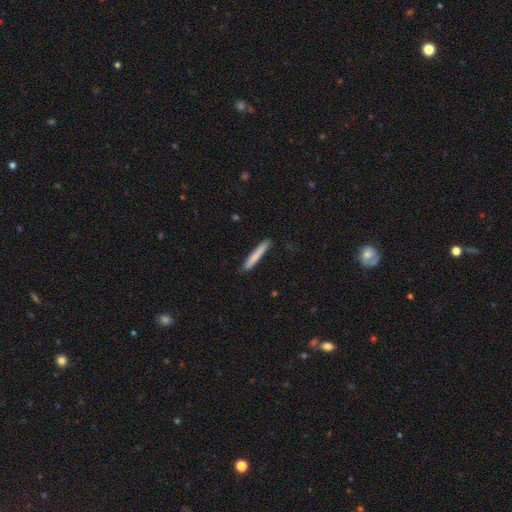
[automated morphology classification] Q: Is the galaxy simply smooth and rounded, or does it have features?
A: smooth — 77%.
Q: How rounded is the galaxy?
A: cigar-shaped — 96%.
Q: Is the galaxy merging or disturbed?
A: none — 89%.